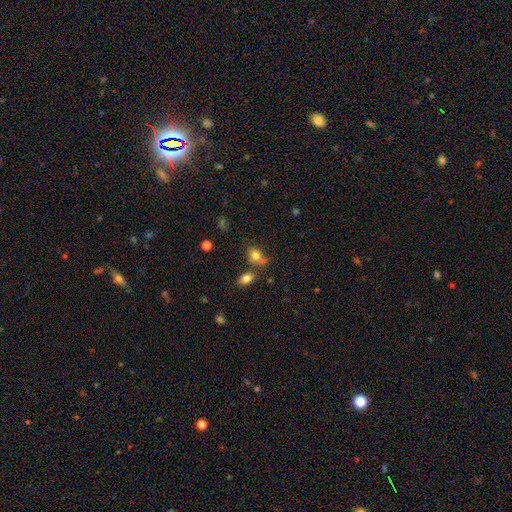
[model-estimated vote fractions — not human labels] Smooth or featured? Predicted: smooth (p=0.79). How rounded? Predicted: in between (p=0.58). Merging? Predicted: none (p=0.51).